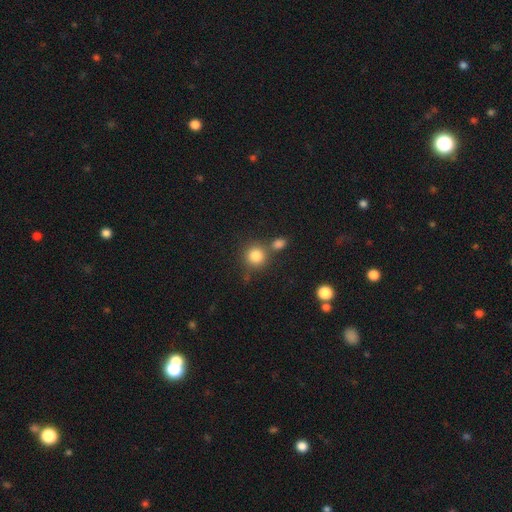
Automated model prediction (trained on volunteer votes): A smooth galaxy with no disk features (83%) that is round (89%). Merging: none (62%).